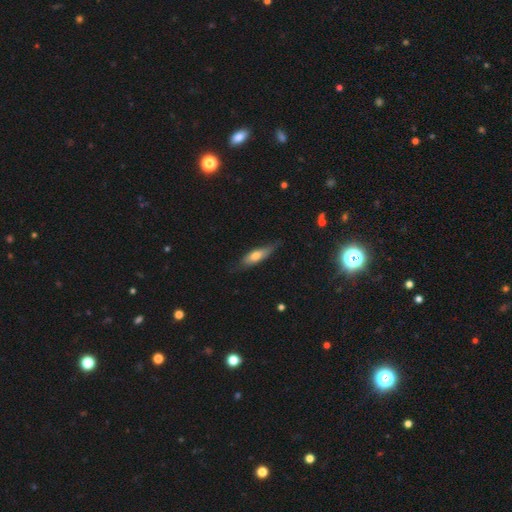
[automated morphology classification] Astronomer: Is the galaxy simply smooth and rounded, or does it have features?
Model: smooth — 62%.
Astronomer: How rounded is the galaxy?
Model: cigar-shaped — 51% (runner-up: in between, 47%).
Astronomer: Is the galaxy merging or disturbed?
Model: none — 68%.